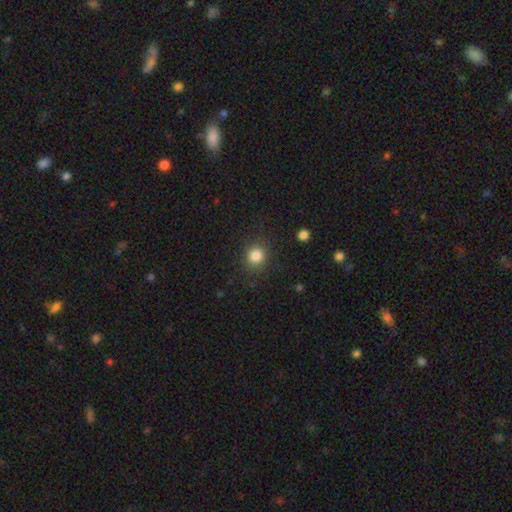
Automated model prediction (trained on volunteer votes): The model was most divided on "how rounded": round: 83%, in between: 16%, cigar-shaped: 1%. More confident: merging — none (87%); smooth or featured — smooth (84%).